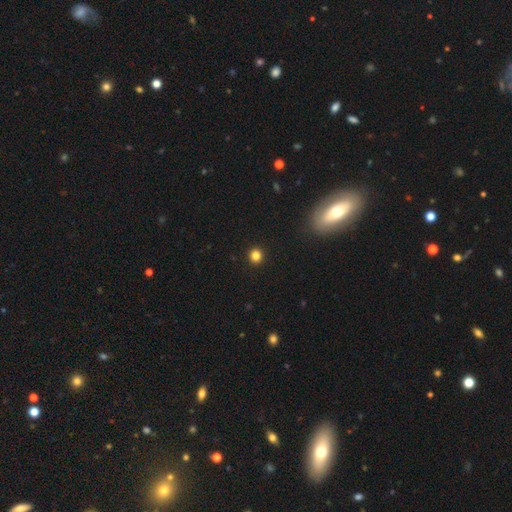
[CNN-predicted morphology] smooth-or-featured: smooth: 83% | star or artifact: 13% | featured or disk: 4%
  how-rounded: round: 91% | in between: 8% | cigar-shaped: 1%
  merging: none: 93% | minor disturbance: 4% | major disturbance: 1% | merger: 1%